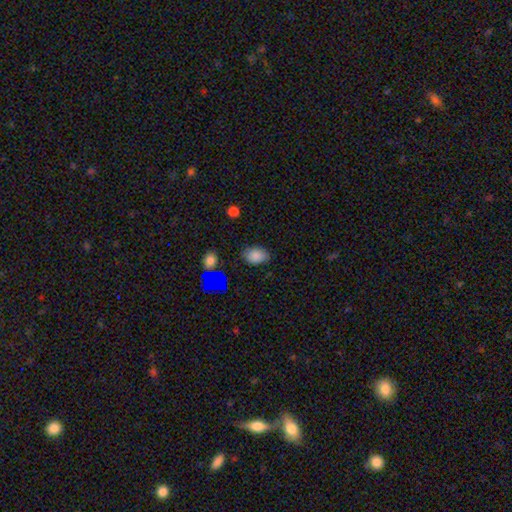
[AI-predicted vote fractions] A smooth galaxy with no disk features (79%) that is in between round and cigar-shaped (85%). Merging: none (81%).